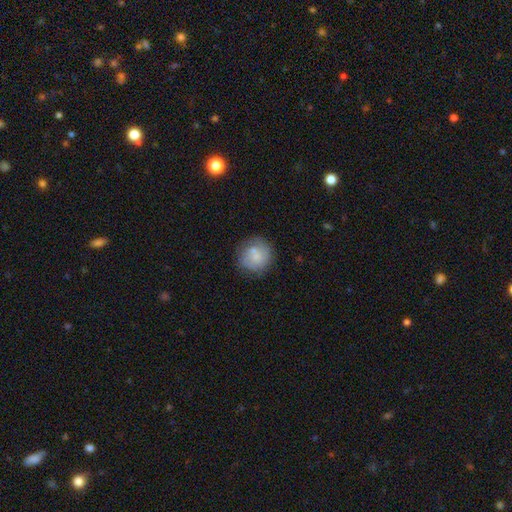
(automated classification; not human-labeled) Morphology: type=smooth (68%); roundness=round (90%); merging=none (63%).